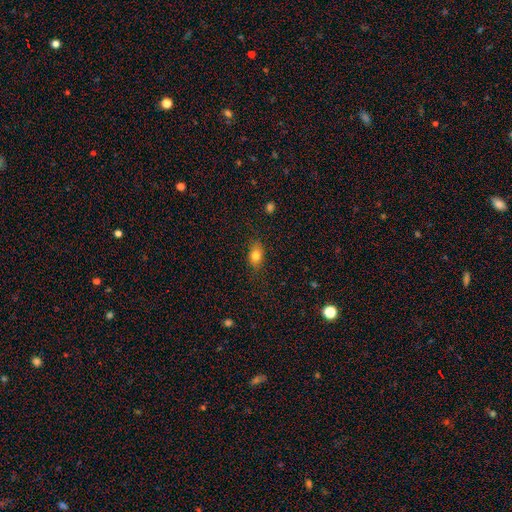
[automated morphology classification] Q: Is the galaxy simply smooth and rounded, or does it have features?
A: smooth — 79%.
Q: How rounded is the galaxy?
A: in between — 73%.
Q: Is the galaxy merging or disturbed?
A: none — 82%.